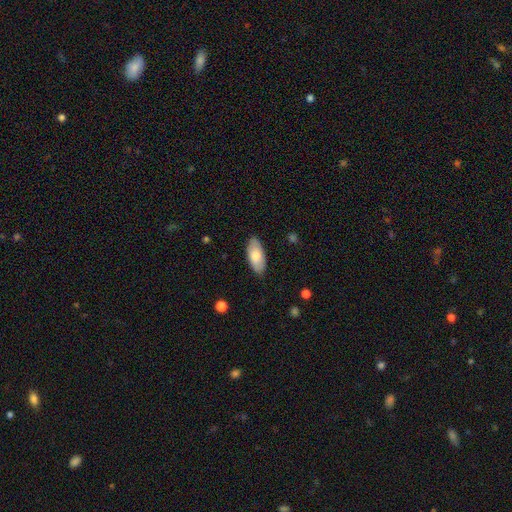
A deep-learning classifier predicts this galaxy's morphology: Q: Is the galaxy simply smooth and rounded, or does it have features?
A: smooth — 78%.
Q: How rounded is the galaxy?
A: in between — 92%.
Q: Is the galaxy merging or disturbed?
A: none — 86%.